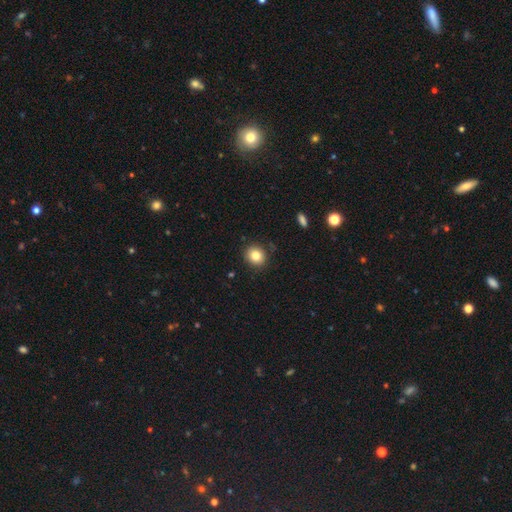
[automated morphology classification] Smooth or featured?
  - smooth: 83% *
  - star or artifact: 11%
  - featured or disk: 7%
How rounded?
  - round: 82% *
  - in between: 17%
  - cigar-shaped: 1%
Merging?
  - none: 88% *
  - minor disturbance: 8%
  - major disturbance: 2%
  - merger: 2%